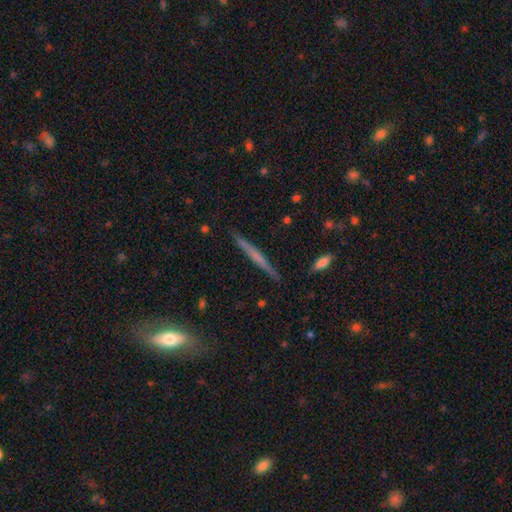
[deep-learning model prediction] Smooth or featured? featured or disk (55%)
Edge-on disk? yes (97%)
Edge-on bulge? none (67%)
Merging? none (89%)